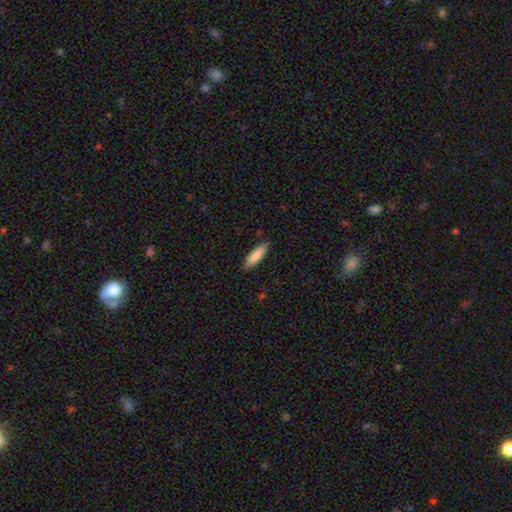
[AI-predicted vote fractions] Smooth or featured: smooth — 86% (featured or disk — 8%)
How rounded: cigar-shaped — 62% (in between — 36%)
Merging: none — 86% (minor disturbance — 11%)